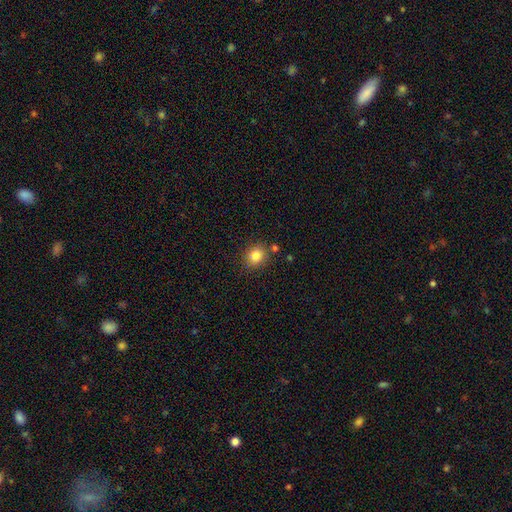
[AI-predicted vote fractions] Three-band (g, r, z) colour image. It shows a smooth galaxy with no disk features (84%) that is round (76%). Merging: none (81%).